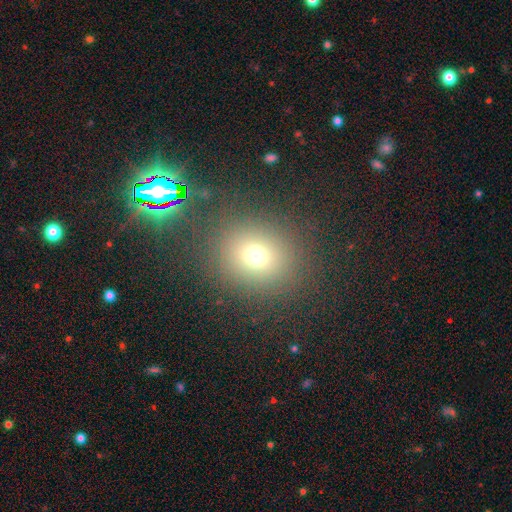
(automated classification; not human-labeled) Smooth or featured? smooth (68%)
How rounded? round (79%)
Merging? none (85%)